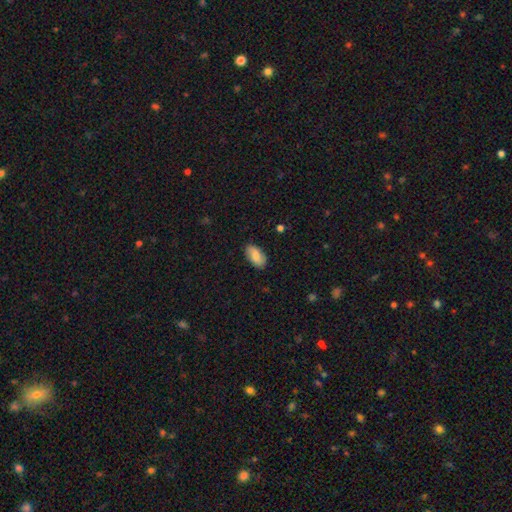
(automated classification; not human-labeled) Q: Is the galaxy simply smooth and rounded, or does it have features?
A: smooth — 81%.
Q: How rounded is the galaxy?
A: in between — 94%.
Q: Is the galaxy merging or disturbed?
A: none — 84%.